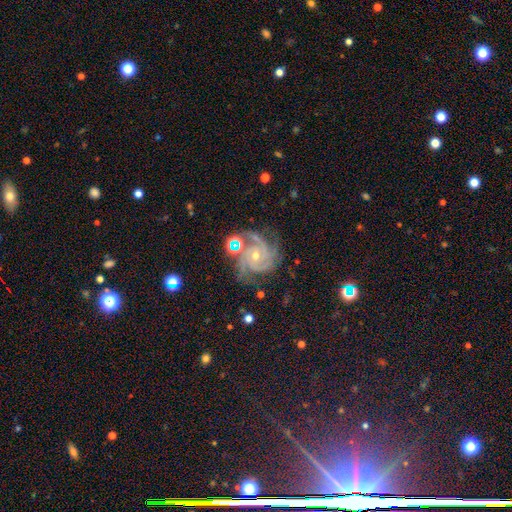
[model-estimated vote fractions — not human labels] Smooth or featured? featured or disk (90%)
Edge-on disk? no (98%)
Bar? no (72%)
Spiral arms? yes (99%)
Spiral winding? tight (69%)
Spiral arm count? 3 (41%)
Bulge size? small (60%)
Merging? none (68%)